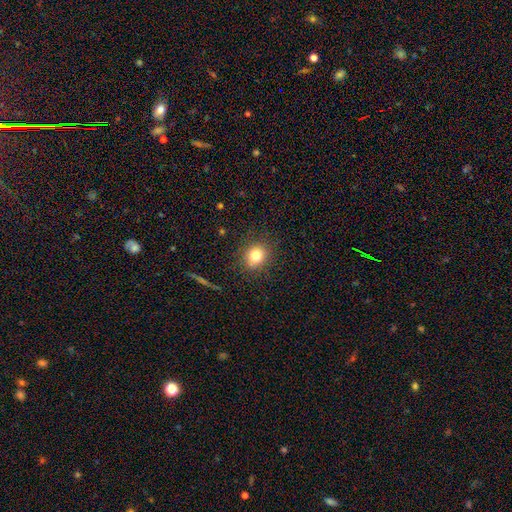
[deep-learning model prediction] Morphology: type=smooth (78%); roundness=round (77%); merging=none (86%).